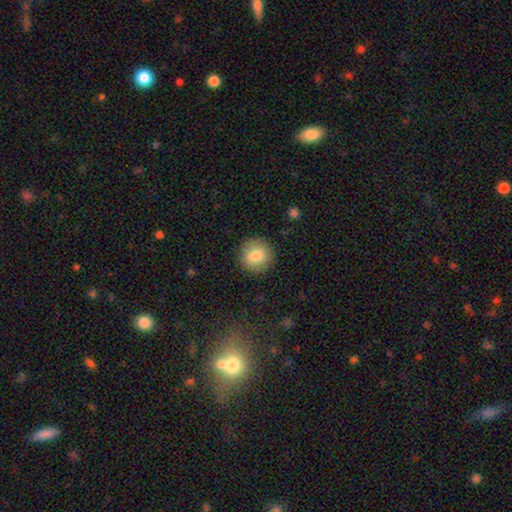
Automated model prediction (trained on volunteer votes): smooth_or_featured: smooth (p=0.82) [alt: featured or disk p=0.10]
how_rounded: round (p=0.93) [alt: in between p=0.06]
merging: none (p=0.90) [alt: minor disturbance p=0.06]